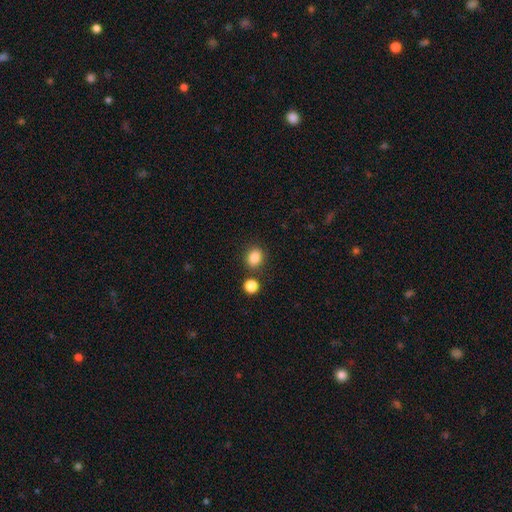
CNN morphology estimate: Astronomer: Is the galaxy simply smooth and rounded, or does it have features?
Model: smooth — 85%.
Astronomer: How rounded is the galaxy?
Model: round — 58% (runner-up: in between, 41%).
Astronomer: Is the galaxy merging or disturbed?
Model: none — 79%.